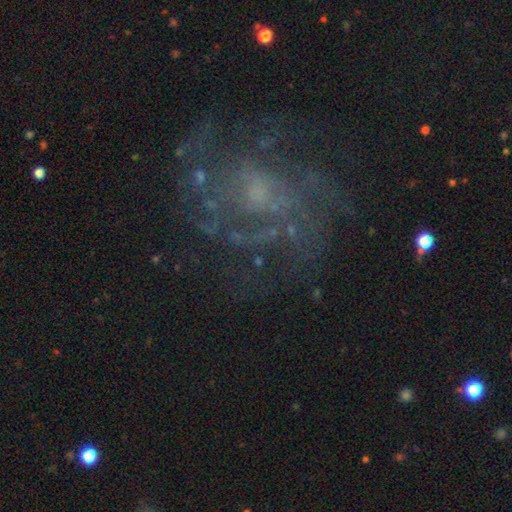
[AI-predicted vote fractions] Overall: featured or disk (73%). Edge-on disk: no (98%). Bar: no (68%). Spiral arms: yes (79%). Spiral arm count: can't tell (49%; 2 16%). Spiral winding: medium (41%; tight 38%). Bulge size: small (42%; moderate 27%). Merging: none (64%).